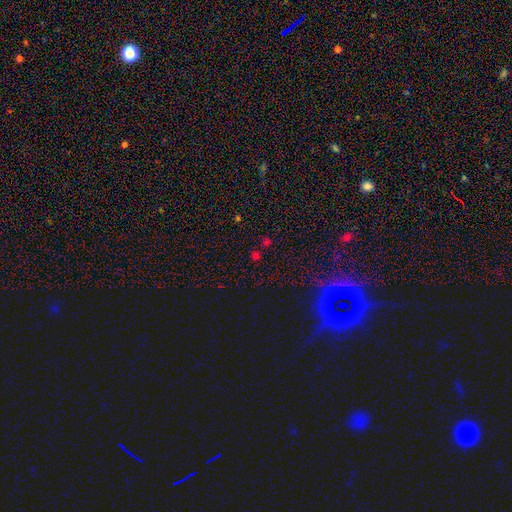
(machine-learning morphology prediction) Smooth or featured? Predicted: star or artifact (p=0.51).